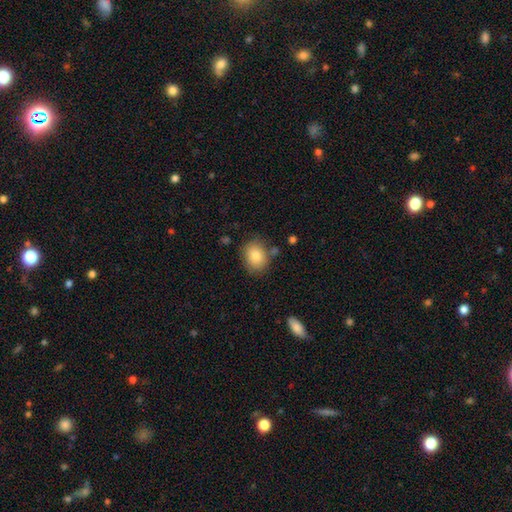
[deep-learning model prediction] Q: Smooth or featured?
A: smooth (84%); runner-up: star or artifact (8%)
Q: How rounded?
A: in between (53%); runner-up: round (46%)
Q: Merging?
A: none (77%); runner-up: minor disturbance (15%)